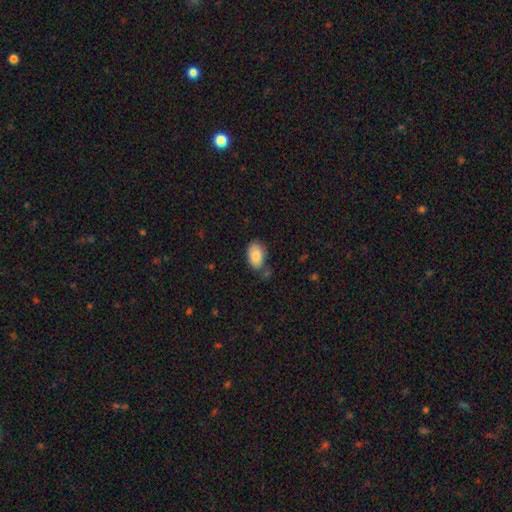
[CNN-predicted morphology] Smooth or featured: smooth — 83% (featured or disk — 10%)
How rounded: in between — 90% (round — 8%)
Merging: none — 71% (minor disturbance — 18%)